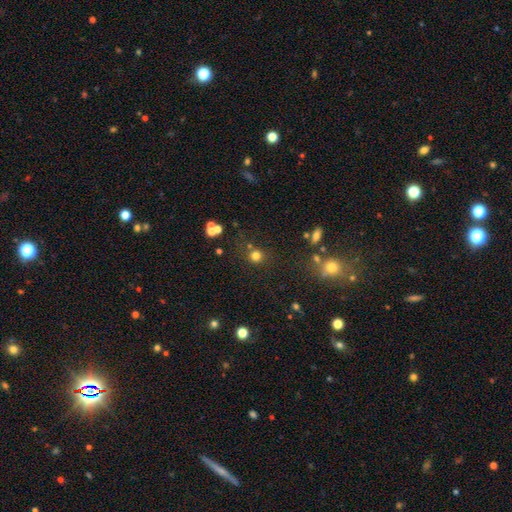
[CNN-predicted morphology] This appears to be a smooth galaxy with no disk features (74%) that is round (91%). Merging: none (75%).